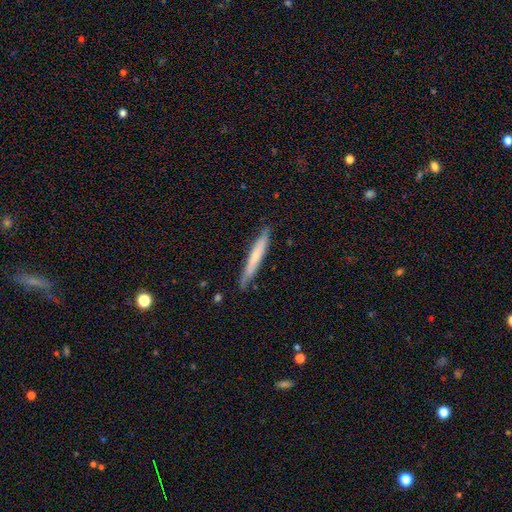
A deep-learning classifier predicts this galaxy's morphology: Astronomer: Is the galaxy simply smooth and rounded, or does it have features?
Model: smooth — 57% (runner-up: featured or disk, 38%).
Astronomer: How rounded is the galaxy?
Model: cigar-shaped — 95%.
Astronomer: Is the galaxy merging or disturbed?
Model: none — 84%.